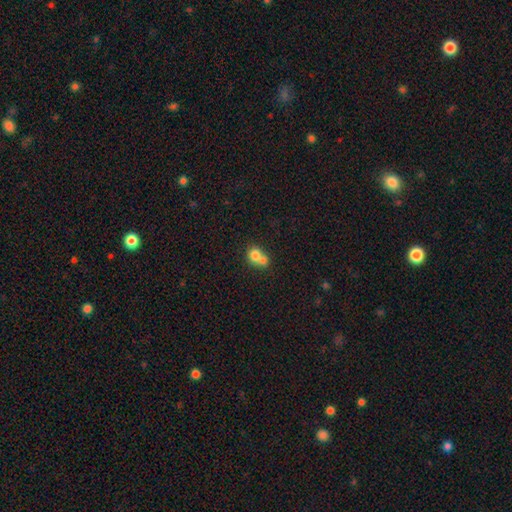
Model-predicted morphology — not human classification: Overall: smooth (76%). How rounded: round (72%). Merging: merger (65%; none 26%).